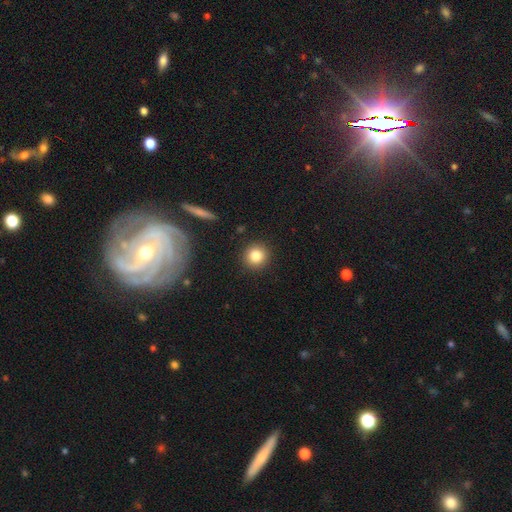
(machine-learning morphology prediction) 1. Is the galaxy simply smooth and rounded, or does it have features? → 83% smooth, 10% star or artifact, 7% featured or disk.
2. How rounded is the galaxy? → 91% round, 7% in between, 1% cigar-shaped.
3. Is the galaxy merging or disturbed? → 91% none, 6% minor disturbance, 2% major disturbance, 1% merger.